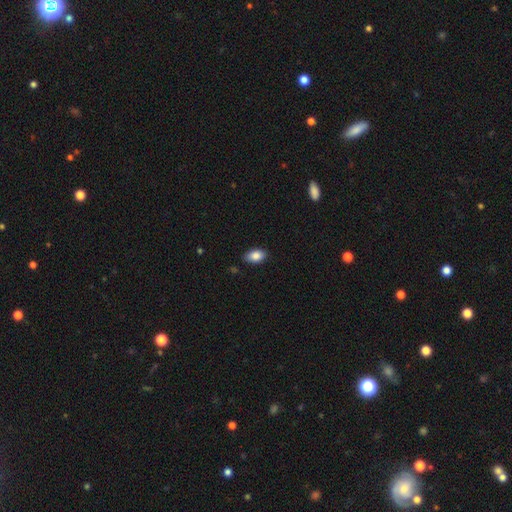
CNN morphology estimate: This appears to be a smooth galaxy with no disk features (86%) that is in between round and cigar-shaped (92%). Merging: none (85%).